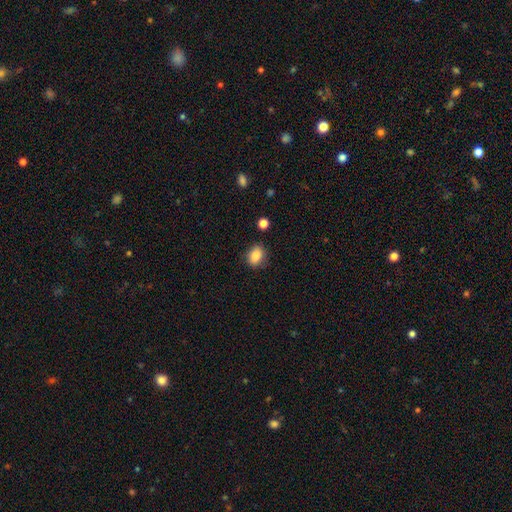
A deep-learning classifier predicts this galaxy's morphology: Overall: smooth (86%). How rounded: in between (67%; round 31%). Merging: none (81%).